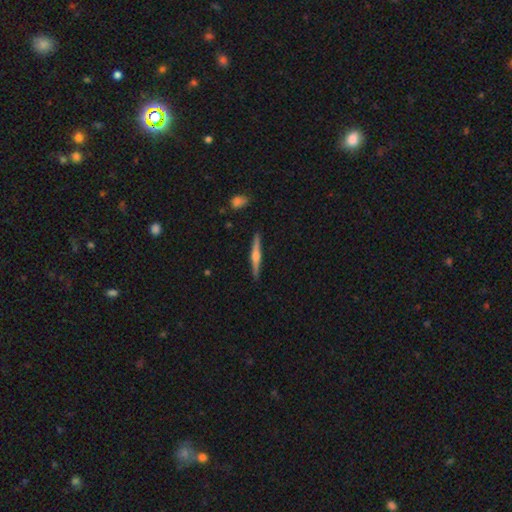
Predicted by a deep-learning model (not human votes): Smooth or featured? Predicted: featured or disk (p=0.69). Edge-on disk? Predicted: yes (p=0.98). Edge-on bulge? Predicted: rounded (p=0.86). Merging? Predicted: none (p=0.91).